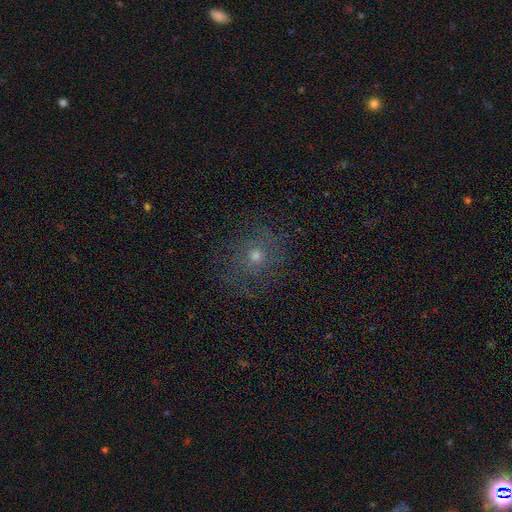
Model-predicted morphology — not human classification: smooth 43%, star or artifact 33%, featured or disk 25%. Down the decision tree: merging — none (83%).